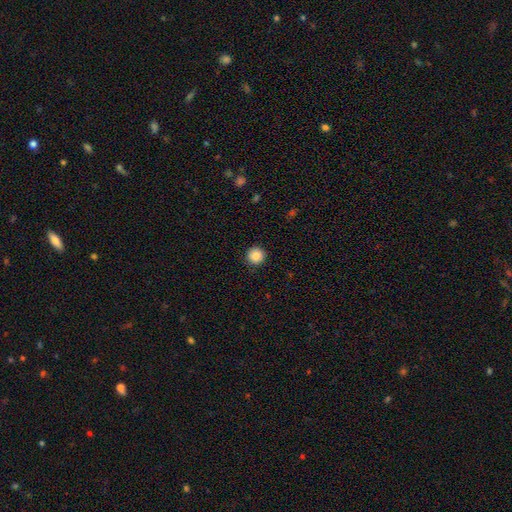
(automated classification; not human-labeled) Smooth or featured? smooth (85%)
How rounded? round (96%)
Merging? none (93%)